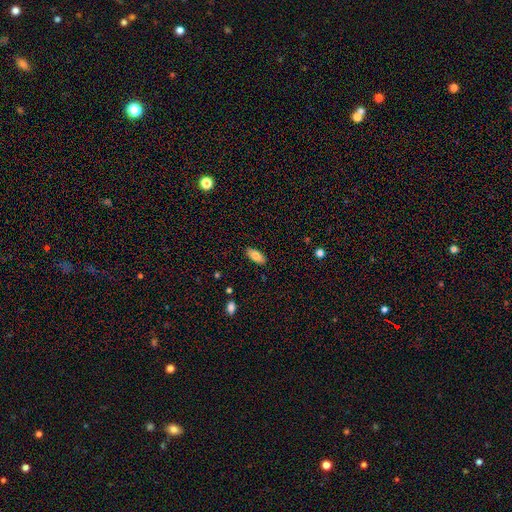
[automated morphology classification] Smooth or featured? Predicted: smooth (p=0.81). How rounded? Predicted: in between (p=0.87). Merging? Predicted: none (p=0.87).